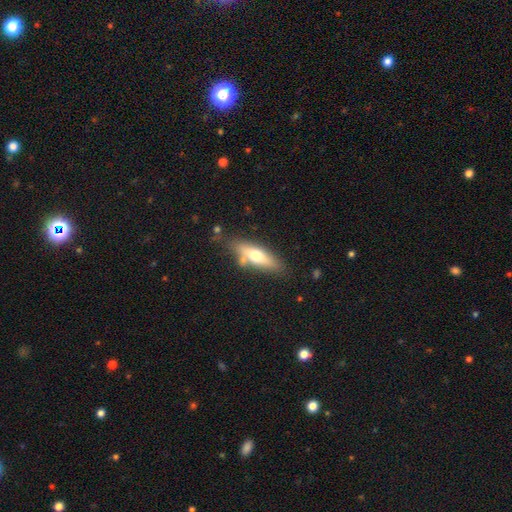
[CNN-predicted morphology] Smooth or featured?
  - smooth: 58% *
  - featured or disk: 36%
  - star or artifact: 6%
How rounded?
  - in between: 49% *
  - cigar-shaped: 48%
  - round: 3%
Merging?
  - none: 70% *
  - minor disturbance: 16%
  - merger: 9%
  - major disturbance: 5%